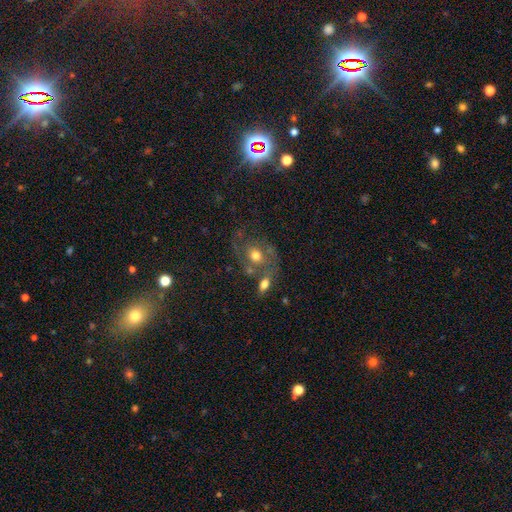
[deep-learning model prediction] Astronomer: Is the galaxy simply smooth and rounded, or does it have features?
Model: featured or disk — 51% (runner-up: smooth, 38%).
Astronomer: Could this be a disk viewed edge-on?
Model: no — 95%.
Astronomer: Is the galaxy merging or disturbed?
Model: none — 50%.